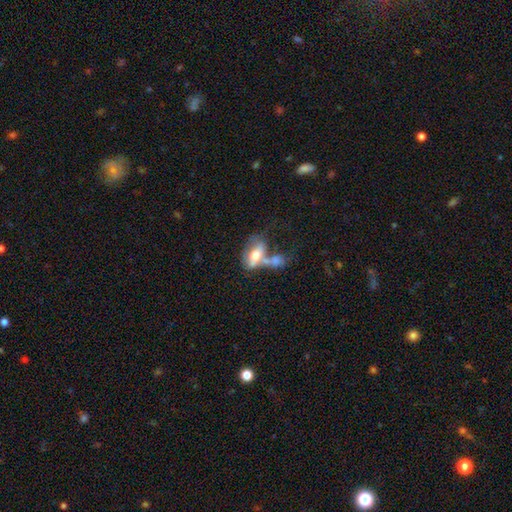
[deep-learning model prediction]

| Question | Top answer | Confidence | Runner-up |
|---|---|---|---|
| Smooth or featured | smooth | 56% | featured or disk (36%) |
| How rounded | in between | 86% | round (8%) |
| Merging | merger | 57% | none (18%) |